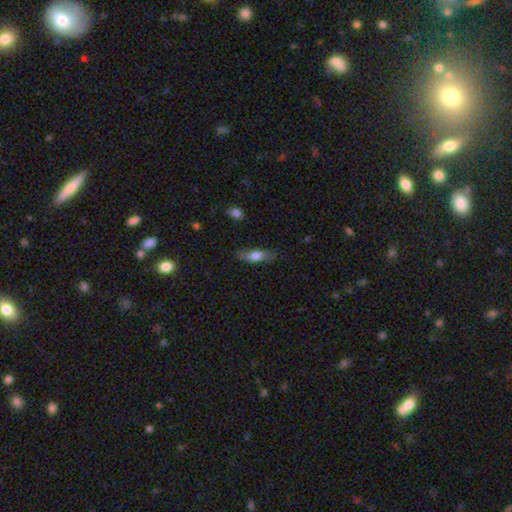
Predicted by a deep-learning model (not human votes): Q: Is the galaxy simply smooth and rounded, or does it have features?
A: smooth — 64%.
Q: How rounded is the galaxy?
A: cigar-shaped — 55%.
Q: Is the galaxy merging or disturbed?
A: none — 78%.